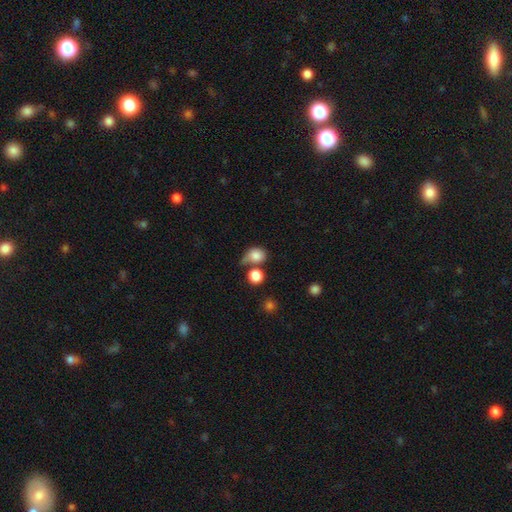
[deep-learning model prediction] The model was most divided on "merging": none: 39%, merger: 28%, minor disturbance: 21%, major disturbance: 12%. More confident: smooth or featured — smooth (82%); how rounded — round (61%).